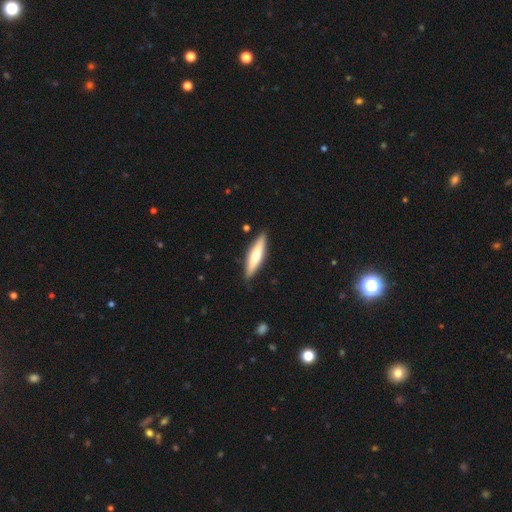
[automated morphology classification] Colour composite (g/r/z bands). It shows a smooth galaxy with no disk features (58%) that is cigar-shaped (76%). Merging: none (86%).